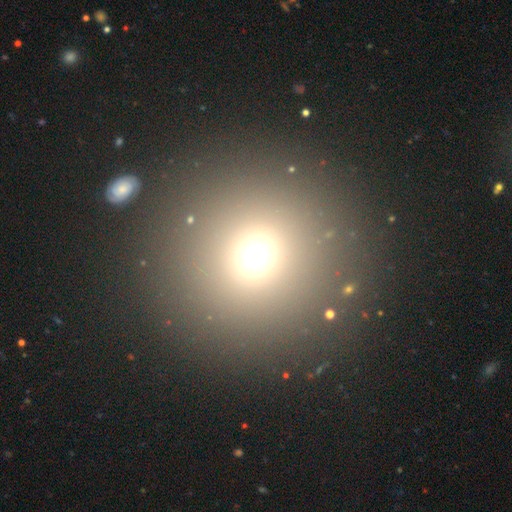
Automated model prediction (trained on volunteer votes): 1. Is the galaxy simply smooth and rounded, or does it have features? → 67% smooth, 24% star or artifact, 9% featured or disk.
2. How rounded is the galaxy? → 95% round, 4% in between, 1% cigar-shaped.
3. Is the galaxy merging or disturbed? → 87% none, 6% minor disturbance, 4% major disturbance, 3% merger.